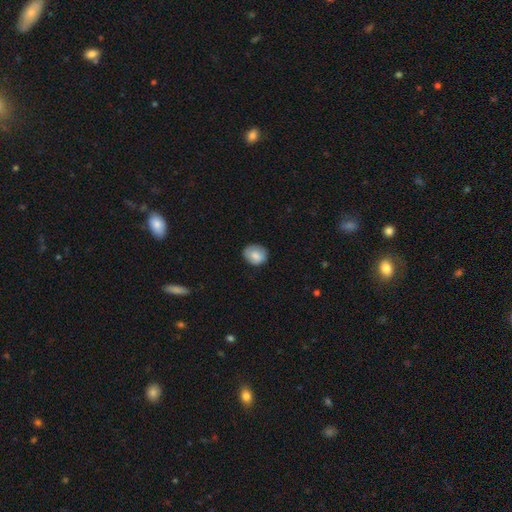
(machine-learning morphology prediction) Q: Smooth or featured?
A: smooth (80%); runner-up: featured or disk (13%)
Q: How rounded?
A: round (67%); runner-up: in between (32%)
Q: Merging?
A: none (76%); runner-up: minor disturbance (19%)